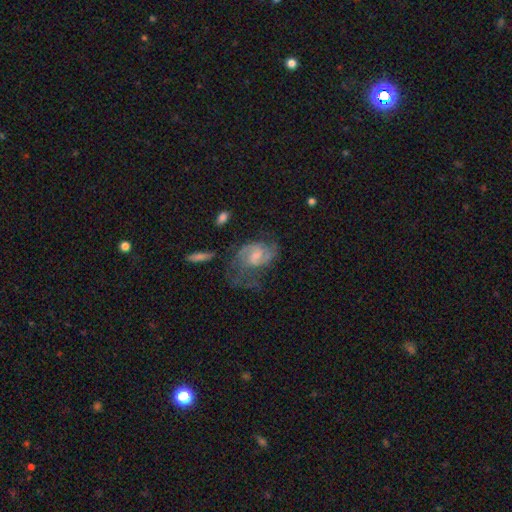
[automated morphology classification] smooth-or-featured: featured or disk: 76% | smooth: 17% | star or artifact: 7%
  disk-edge-on: no: 97% | yes: 3%
    bar: weak: 52% | no: 39% | strong: 10%
    has-spiral-arms: yes: 91% | no: 9%
      spiral-winding: medium: 48% | tight: 29% | loose: 23%
      spiral-arm-count: 2: 72% | can't tell: 15% | 1: 5% | 3: 5% | 4: 2% | more than 4: 2%
    bulge-size: small: 44% | moderate: 38% | none: 13% | large: 5% | dominant: 1%
  merging: none: 41% | major disturbance: 30% | minor disturbance: 23% | merger: 6%